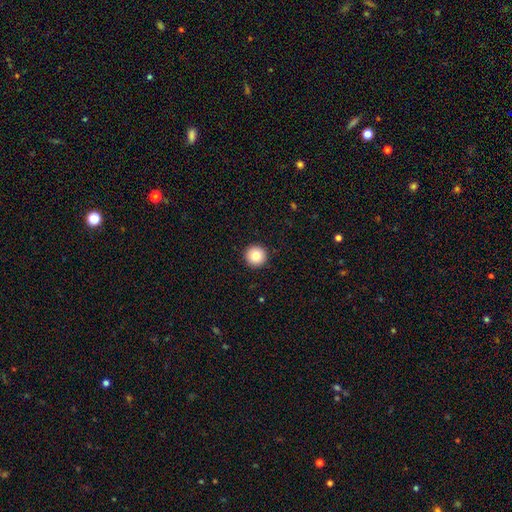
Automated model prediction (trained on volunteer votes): smooth 82%, star or artifact 10%, featured or disk 9%. Down the decision tree: how rounded — round (97%); merging — none (94%).